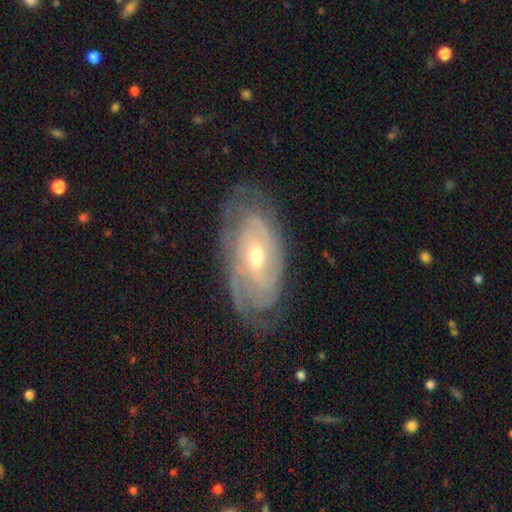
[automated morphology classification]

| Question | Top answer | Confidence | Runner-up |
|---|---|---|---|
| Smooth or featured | featured or disk | 86% | smooth (8%) |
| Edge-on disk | no | 93% | yes (7%) |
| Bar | no | 57% | weak (32%) |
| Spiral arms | yes | 95% | no (5%) |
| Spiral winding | tight | 74% | medium (22%) |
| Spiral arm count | can't tell | 35% | 2 (26%) |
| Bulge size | moderate | 55% | small (42%) |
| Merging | none | 76% | minor disturbance (17%) |